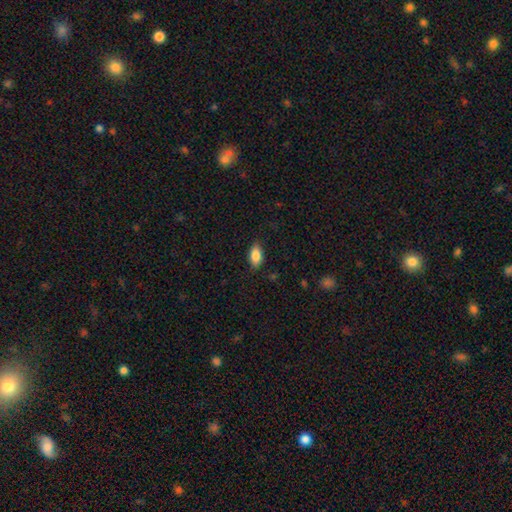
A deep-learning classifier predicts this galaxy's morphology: A smooth galaxy with no disk features (84%) that is in between round and cigar-shaped (89%). Merging: none (84%).